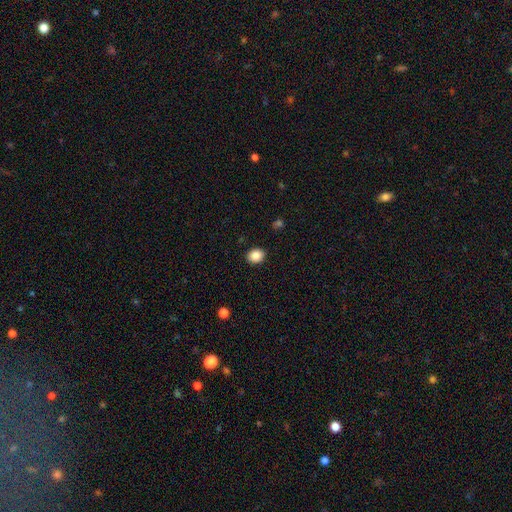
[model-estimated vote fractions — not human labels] Morphology: type=smooth (87%); roundness=round (53%); merging=none (90%).